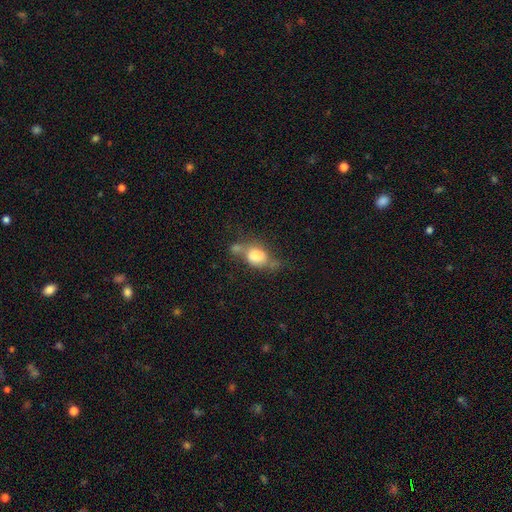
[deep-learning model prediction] Overall: smooth (67%). How rounded: in between (59%; round 37%). Merging: none (35%; merger 28%).